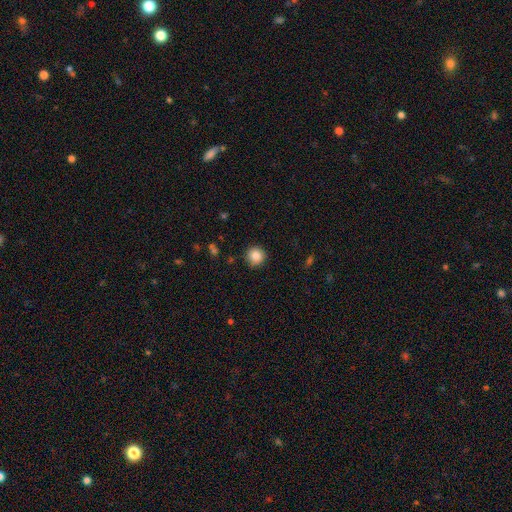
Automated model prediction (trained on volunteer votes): A smooth galaxy with no disk features (84%) that is round (95%).

Vote fractions:
- Smooth or featured? smooth: 84% / star or artifact: 10% / featured or disk: 6%
- How rounded? round: 95% / in between: 4% / cigar-shaped: 1%
- Merging? none: 90% / minor disturbance: 7% / major disturbance: 2% / merger: 1%